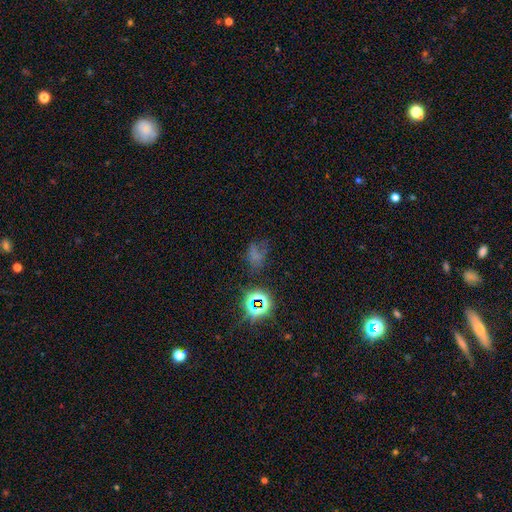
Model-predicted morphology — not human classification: smooth 45%, star or artifact 40%, featured or disk 15%. Down the decision tree: merging — none (48%).